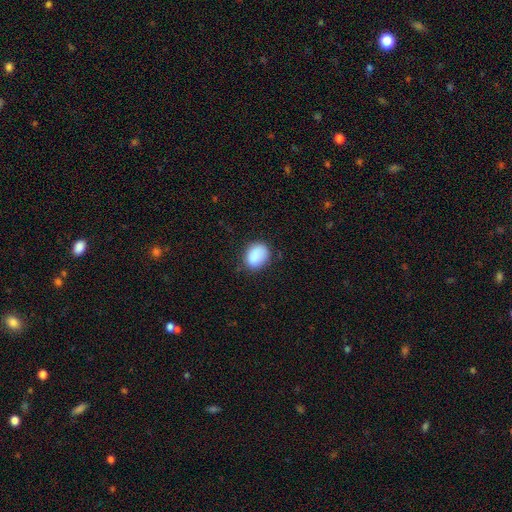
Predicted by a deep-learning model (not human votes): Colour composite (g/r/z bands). It shows a smooth galaxy with no disk features (87%) that is in between round and cigar-shaped (61%). Merging: none (72%).